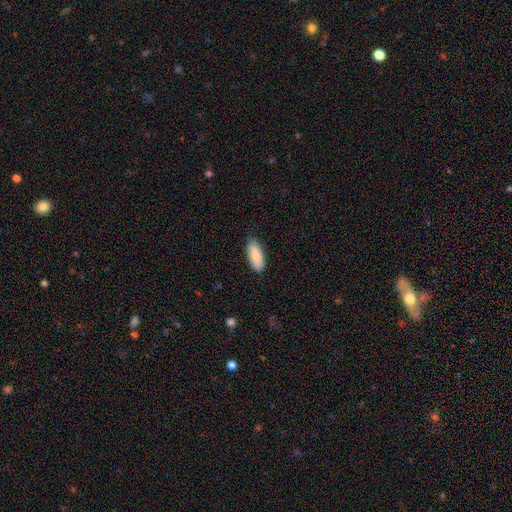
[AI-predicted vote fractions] A smooth galaxy with no disk features (86%) that is in between round and cigar-shaped (82%). Merging: none (81%).